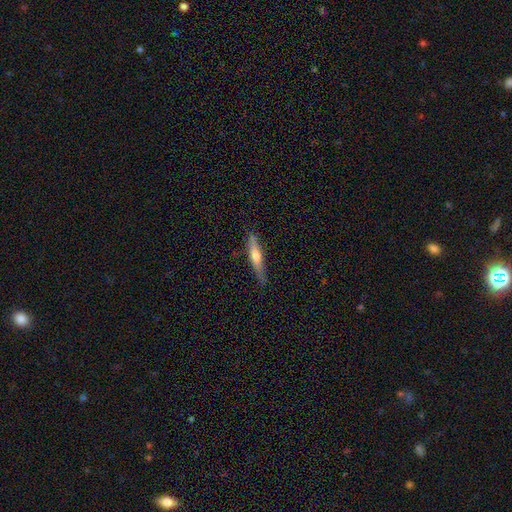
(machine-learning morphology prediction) Q: Smooth or featured?
A: featured or disk (49%); runner-up: smooth (45%)
Q: Merging?
A: none (81%); runner-up: minor disturbance (15%)